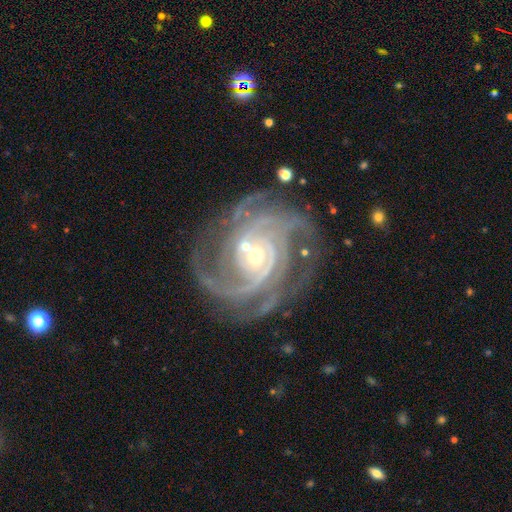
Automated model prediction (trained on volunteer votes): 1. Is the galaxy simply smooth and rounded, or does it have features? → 92% featured or disk, 6% star or artifact, 3% smooth.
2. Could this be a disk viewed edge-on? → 98% no, 2% yes.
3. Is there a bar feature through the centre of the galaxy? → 59% no, 28% weak, 14% strong.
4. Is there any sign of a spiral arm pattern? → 99% yes, 1% no.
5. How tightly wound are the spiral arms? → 69% tight, 27% medium, 4% loose.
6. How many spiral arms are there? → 30% 4, 26% 3, 14% more than 4, 12% can't tell, 12% 2, 7% 1.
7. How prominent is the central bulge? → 56% small, 40% moderate, 2% large, 1% none, 1% dominant.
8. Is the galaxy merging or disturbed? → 73% none, 16% minor disturbance, 8% major disturbance, 4% merger.